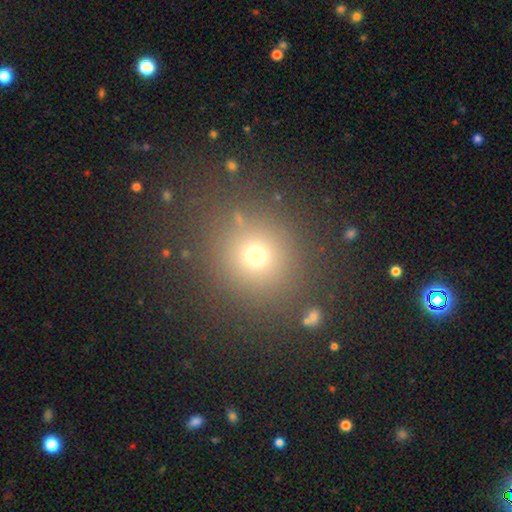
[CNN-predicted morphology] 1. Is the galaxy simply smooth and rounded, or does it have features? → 69% smooth, 22% star or artifact, 9% featured or disk.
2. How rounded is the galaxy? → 88% round, 11% in between, 1% cigar-shaped.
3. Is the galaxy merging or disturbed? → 83% none, 9% minor disturbance, 5% major disturbance, 3% merger.